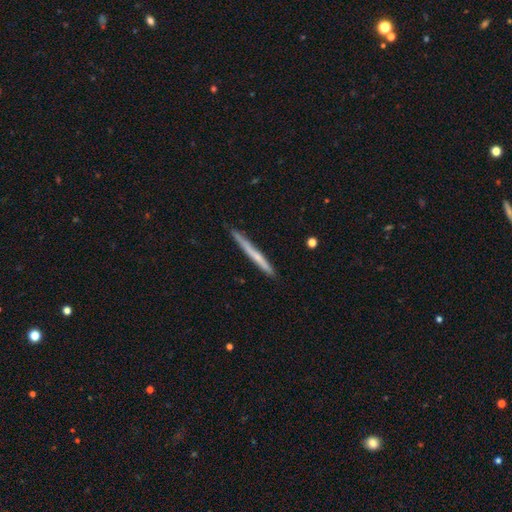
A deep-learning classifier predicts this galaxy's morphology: Q: Smooth or featured?
A: smooth (51%); runner-up: featured or disk (44%)
Q: How rounded?
A: cigar-shaped (97%); runner-up: in between (2%)
Q: Merging?
A: none (88%); runner-up: minor disturbance (10%)